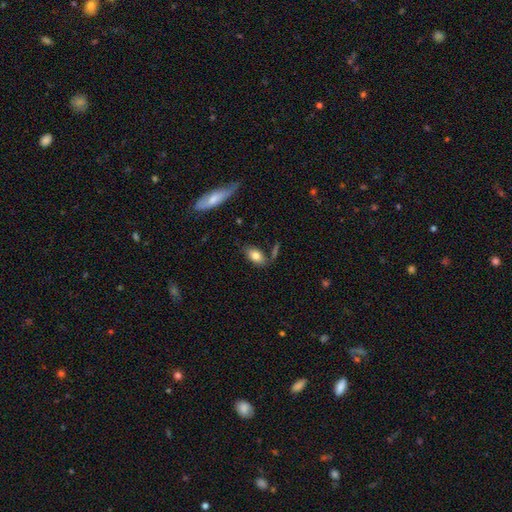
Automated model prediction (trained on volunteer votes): The model was most divided on "merging": none: 71%, minor disturbance: 16%, merger: 9%, major disturbance: 4%. More confident: how rounded — in between (90%); smooth or featured — smooth (80%).